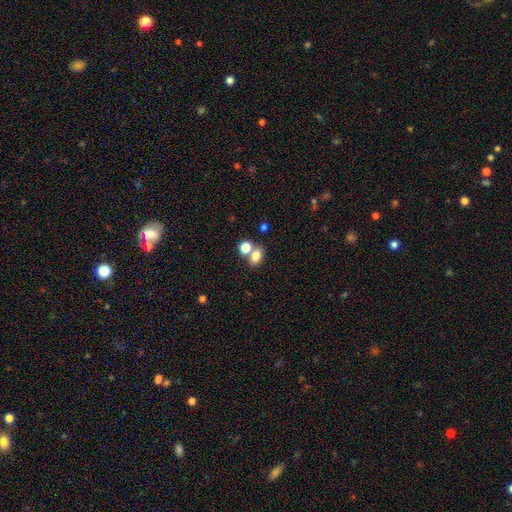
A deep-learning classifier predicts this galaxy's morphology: smooth-or-featured: smooth: 78% | star or artifact: 12% | featured or disk: 10%
  how-rounded: in between: 72% | round: 27% | cigar-shaped: 2%
  merging: none: 50% | merger: 36% | minor disturbance: 10% | major disturbance: 4%